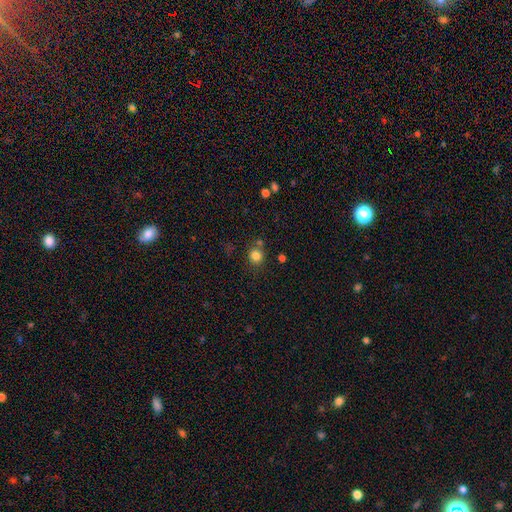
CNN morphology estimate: Smooth or featured: smooth — 82% (star or artifact — 13%)
How rounded: round — 86% (in between — 13%)
Merging: none — 74% (merger — 11%)